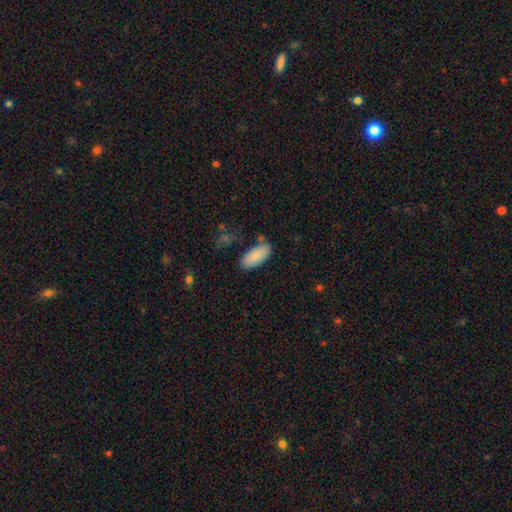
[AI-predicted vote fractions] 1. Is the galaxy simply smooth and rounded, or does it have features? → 87% smooth, 7% featured or disk, 6% star or artifact.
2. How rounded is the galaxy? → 89% in between, 9% cigar-shaped, 2% round.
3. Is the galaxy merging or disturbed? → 77% none, 15% minor disturbance, 5% merger, 3% major disturbance.